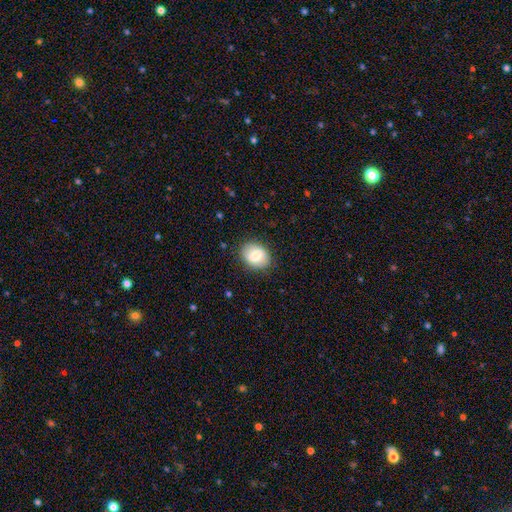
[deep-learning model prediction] Smooth or featured? smooth (72%)
How rounded? in between (58%)
Merging? none (82%)